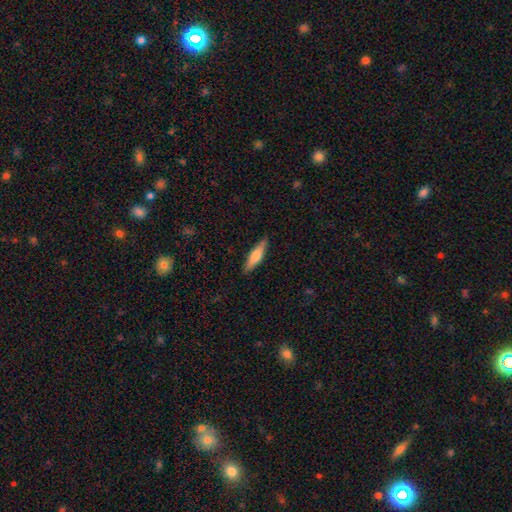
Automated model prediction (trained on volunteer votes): smooth_or_featured: smooth (p=0.63) [alt: featured or disk p=0.31]
how_rounded: cigar-shaped (p=0.74) [alt: in between p=0.24]
merging: none (p=0.88) [alt: minor disturbance p=0.09]